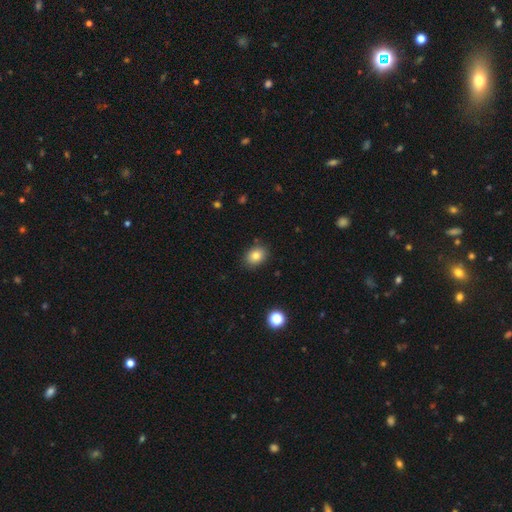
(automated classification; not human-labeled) A smooth galaxy with no disk features (81%) that is in between round and cigar-shaped (59%).

Vote fractions:
- Smooth or featured? smooth: 81% / star or artifact: 11% / featured or disk: 8%
- How rounded? in between: 59% / round: 40% / cigar-shaped: 1%
- Merging? none: 86% / minor disturbance: 10% / major disturbance: 2% / merger: 2%